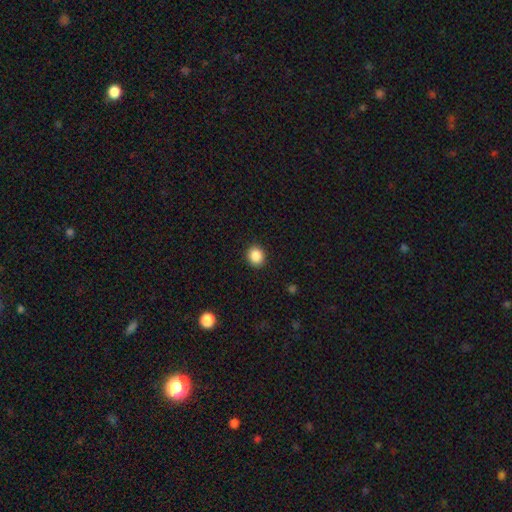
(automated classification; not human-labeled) Morphology: type=smooth (87%); roundness=round (76%); merging=none (91%).